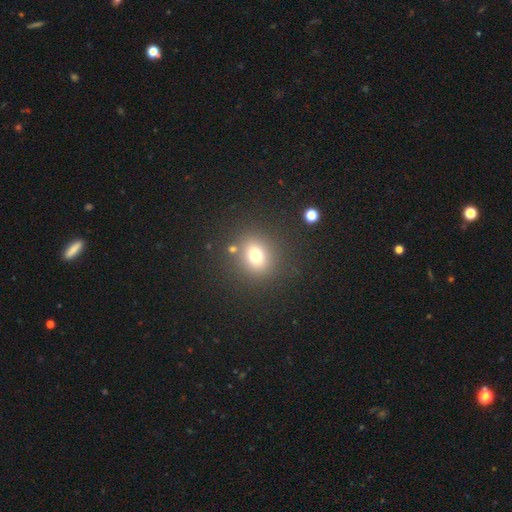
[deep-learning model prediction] smooth_or_featured: smooth (p=0.73) [alt: star or artifact p=0.17]
how_rounded: round (p=0.76) [alt: in between p=0.23]
merging: none (p=0.83) [alt: minor disturbance p=0.08]